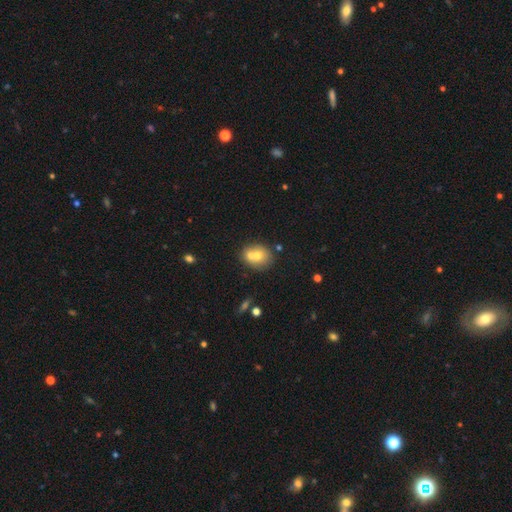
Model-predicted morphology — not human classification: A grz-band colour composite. It shows a smooth galaxy with no disk features (66%) that is round (61%). Merging: merger (48%).